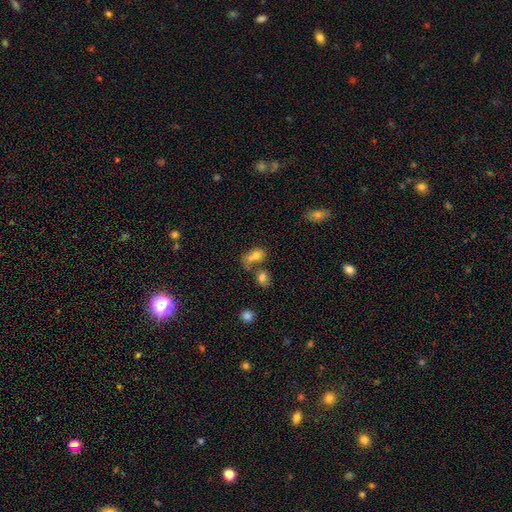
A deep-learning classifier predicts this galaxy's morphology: A smooth galaxy with no disk features (74%) that is in between round and cigar-shaped (61%).

Vote fractions:
- Smooth or featured? smooth: 74% / featured or disk: 15% / star or artifact: 12%
- How rounded? in between: 61% / round: 37% / cigar-shaped: 2%
- Merging? merger: 51% / none: 28% / minor disturbance: 12% / major disturbance: 9%